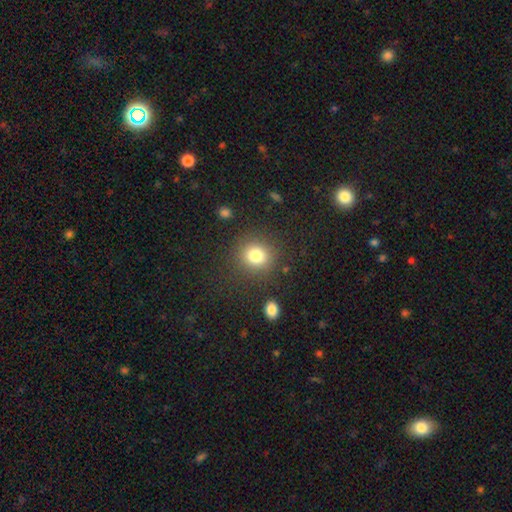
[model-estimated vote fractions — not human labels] A smooth galaxy with no disk features (80%) that is round (85%). Merging: none (85%).